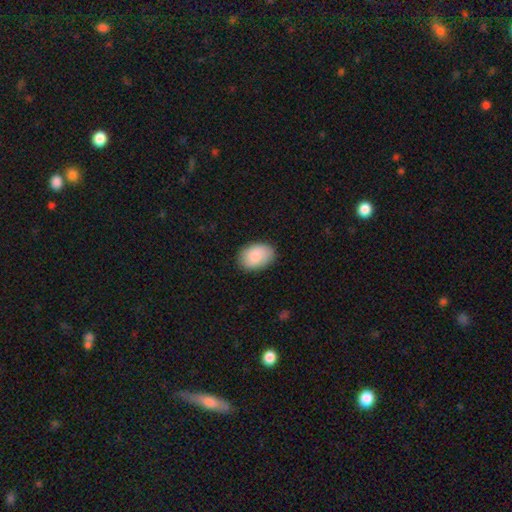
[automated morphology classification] Overall: smooth (87%). How rounded: in between (84%). Merging: none (85%).